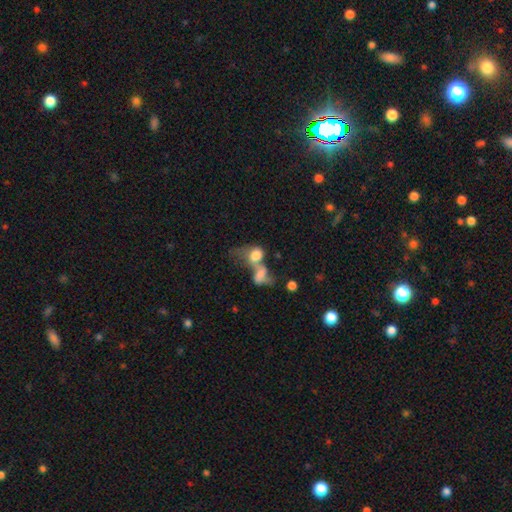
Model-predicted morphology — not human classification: This is likely a smooth galaxy (67%). How rounded: likely in between (62%). Merging: likely merger (70%).